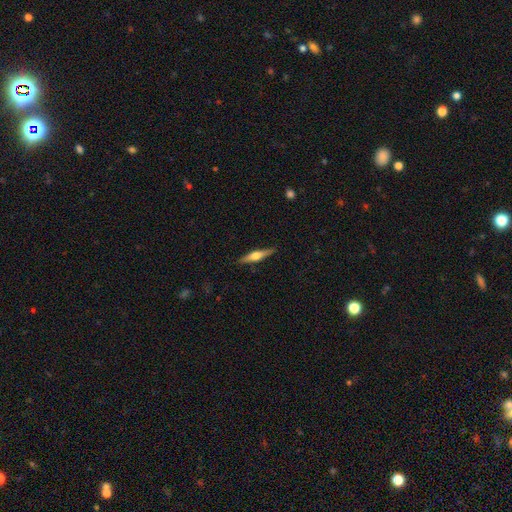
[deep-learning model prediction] A featured or disk galaxy (57%) viewed edge-on (96%) with a rounded central bulge (90%). Merging: none (88%).